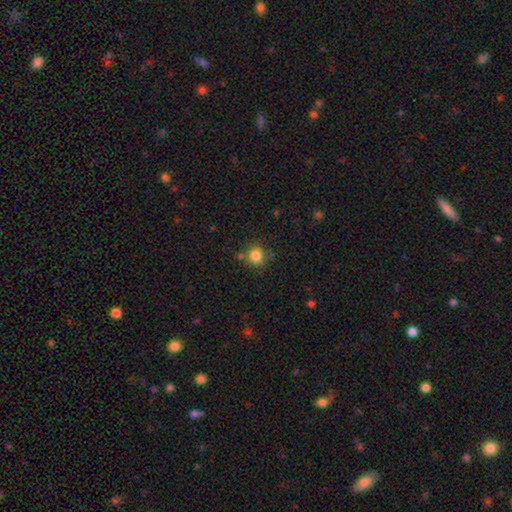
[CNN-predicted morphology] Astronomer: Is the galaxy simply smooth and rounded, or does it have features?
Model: smooth — 83%.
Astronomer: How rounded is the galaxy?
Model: round — 90%.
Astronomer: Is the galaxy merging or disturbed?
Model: none — 77%.